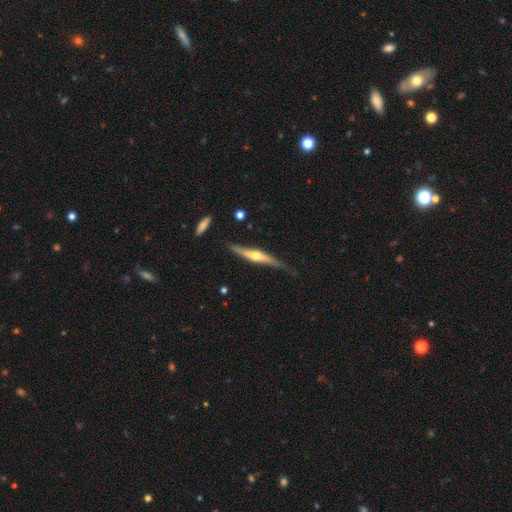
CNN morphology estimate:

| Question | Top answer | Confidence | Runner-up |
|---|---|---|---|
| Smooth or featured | featured or disk | 68% | smooth (27%) |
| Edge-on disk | yes | 95% | no (5%) |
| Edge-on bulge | rounded | 90% | none (6%) |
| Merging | none | 73% | minor disturbance (21%) |